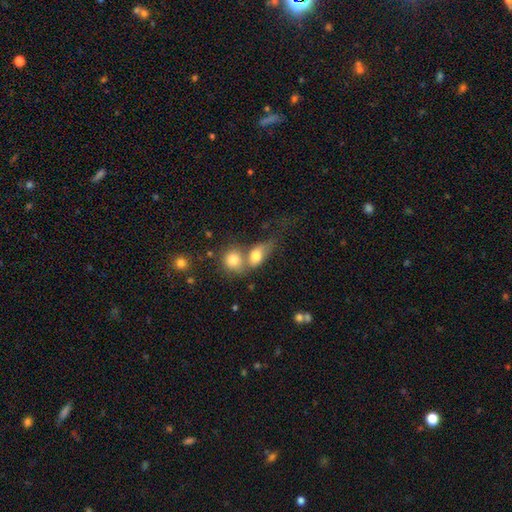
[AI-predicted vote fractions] This appears to be a smooth galaxy with no disk features (76%) that is in between round and cigar-shaped (66%). Merging: merger (61%).